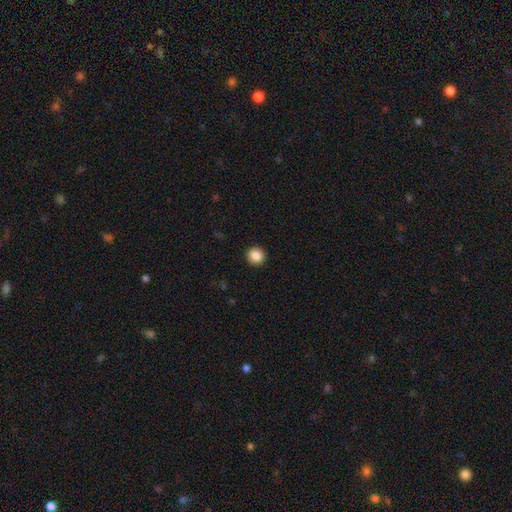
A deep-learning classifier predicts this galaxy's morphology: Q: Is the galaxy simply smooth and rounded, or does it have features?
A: smooth — 87%.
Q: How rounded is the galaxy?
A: round — 95%.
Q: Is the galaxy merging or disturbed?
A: none — 93%.